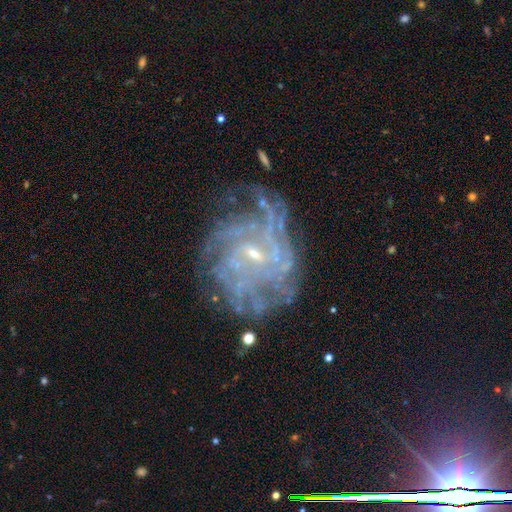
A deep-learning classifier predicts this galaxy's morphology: Smooth or featured: featured or disk — 83% (star or artifact — 11%)
Edge-on disk: no — 97% (yes — 3%)
Bar: weak — 46% (no — 40%)
Spiral arms: yes — 90% (no — 10%)
Spiral winding: tight — 62% (medium — 29%)
Spiral arm count: can't tell — 40% (more than 4 — 18%)
Bulge size: small — 79% (moderate — 15%)
Merging: none — 62% (minor disturbance — 19%)